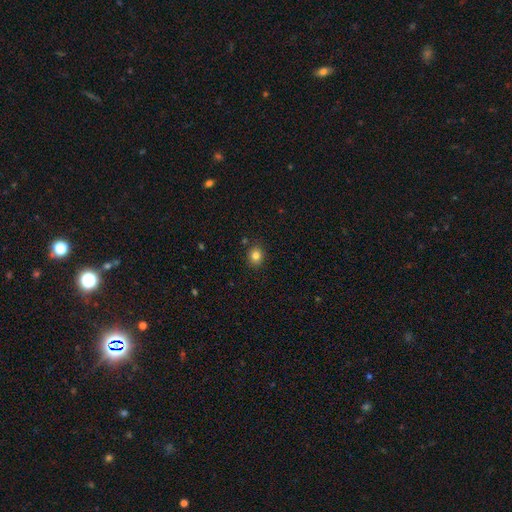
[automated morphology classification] This is clearly a smooth galaxy (83%). How rounded: likely round (66%). Merging: clearly none (87%).